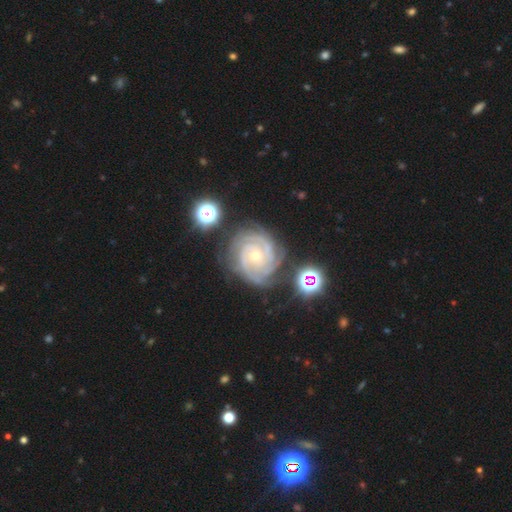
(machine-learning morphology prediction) Q: Smooth or featured?
A: featured or disk (91%); runner-up: star or artifact (6%)
Q: Edge-on disk?
A: no (98%); runner-up: yes (2%)
Q: Bar?
A: no (75%); runner-up: weak (18%)
Q: Spiral arms?
A: yes (99%); runner-up: no (1%)
Q: Spiral winding?
A: tight (83%); runner-up: medium (15%)
Q: Spiral arm count?
A: 3 (31%); runner-up: 4 (29%)
Q: Bulge size?
A: small (65%); runner-up: moderate (32%)
Q: Merging?
A: none (72%); runner-up: minor disturbance (19%)